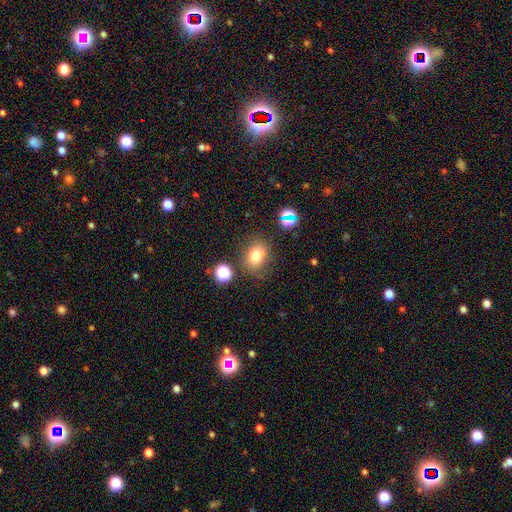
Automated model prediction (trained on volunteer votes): Smooth or featured: smooth — 73% (star or artifact — 16%)
How rounded: in between — 53% (round — 46%)
Merging: none — 69% (minor disturbance — 17%)